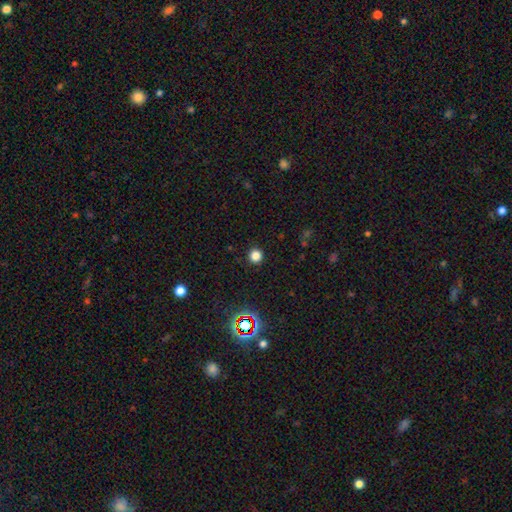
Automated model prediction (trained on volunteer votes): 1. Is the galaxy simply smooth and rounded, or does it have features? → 80% smooth, 16% star or artifact, 4% featured or disk.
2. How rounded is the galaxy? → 95% round, 4% in between, 1% cigar-shaped.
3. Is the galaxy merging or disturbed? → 92% none, 5% minor disturbance, 2% major disturbance, 1% merger.